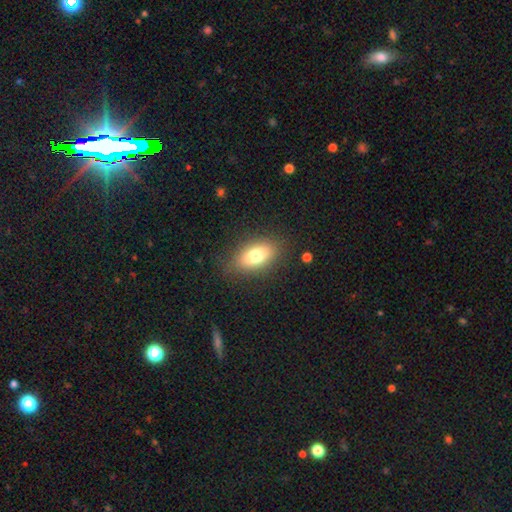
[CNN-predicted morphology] Smooth or featured? smooth (75%)
How rounded? in between (86%)
Merging? none (82%)